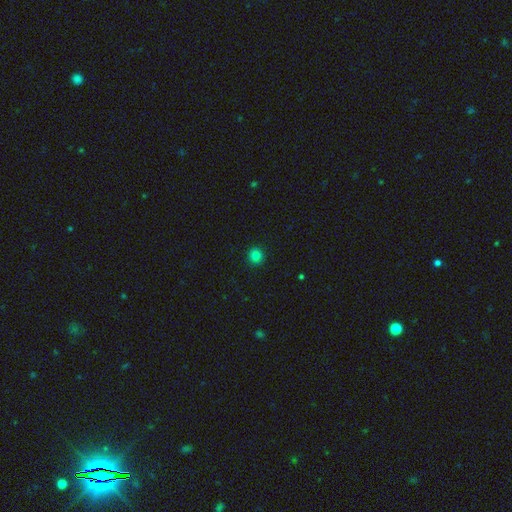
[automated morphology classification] smooth_or_featured: smooth (p=0.82) [alt: star or artifact p=0.13]
how_rounded: round (p=0.93) [alt: in between p=0.06]
merging: none (p=0.93) [alt: minor disturbance p=0.05]